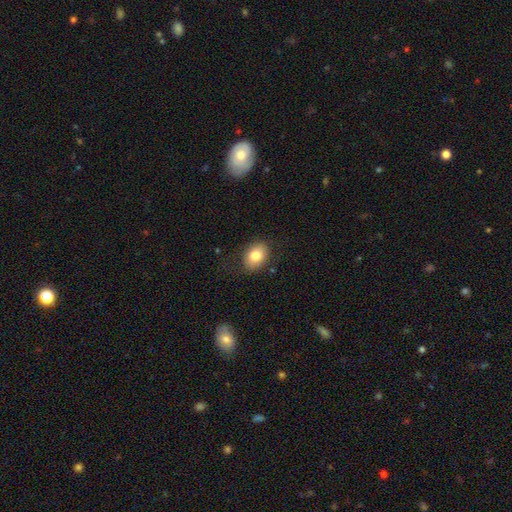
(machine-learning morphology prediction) This appears to be a smooth galaxy with no disk features (82%) that is in between round and cigar-shaped (68%). Merging: none (79%).